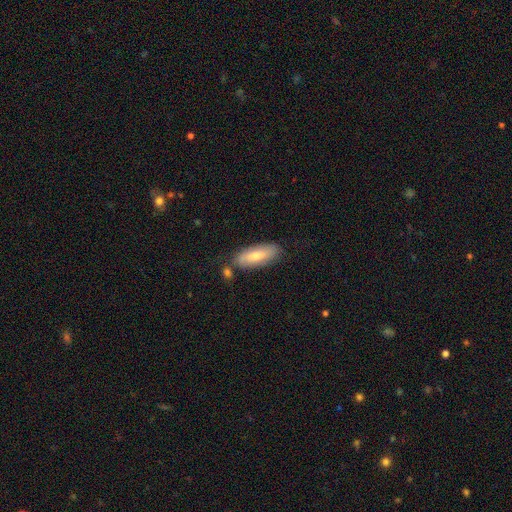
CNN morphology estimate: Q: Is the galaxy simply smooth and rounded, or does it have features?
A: smooth — 71%.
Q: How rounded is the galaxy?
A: in between — 68%.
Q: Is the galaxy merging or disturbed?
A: none — 76%.